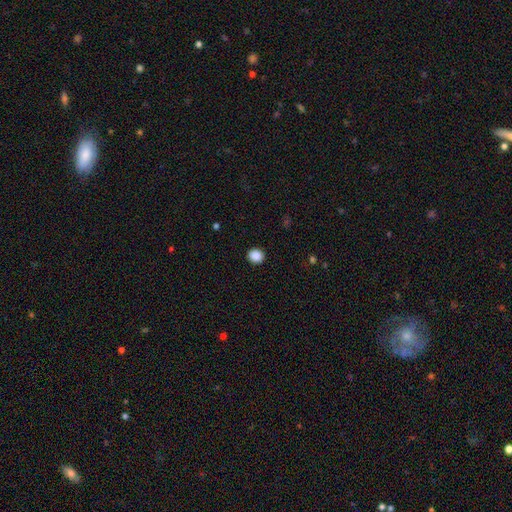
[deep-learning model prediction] This appears to be a smooth galaxy with no disk features (88%) that is round (84%). Merging: none (92%).